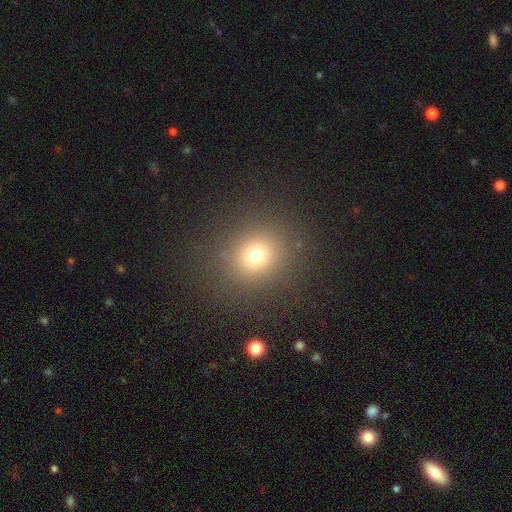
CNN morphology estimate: This appears to be a smooth galaxy with no disk features (72%) that is round (84%). Merging: none (86%).